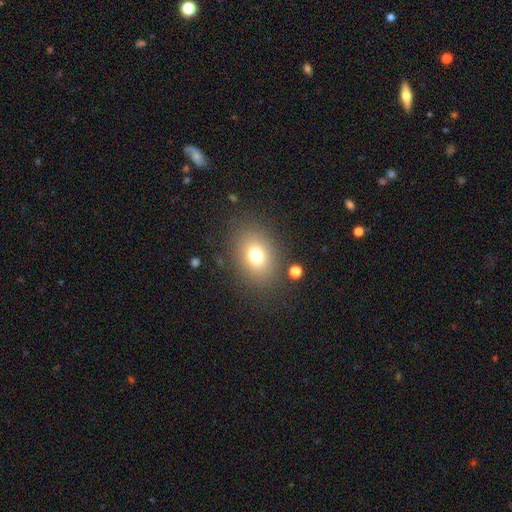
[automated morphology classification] This is likely a smooth galaxy (73%). How rounded: possibly in between (59%). Merging: clearly none (82%).